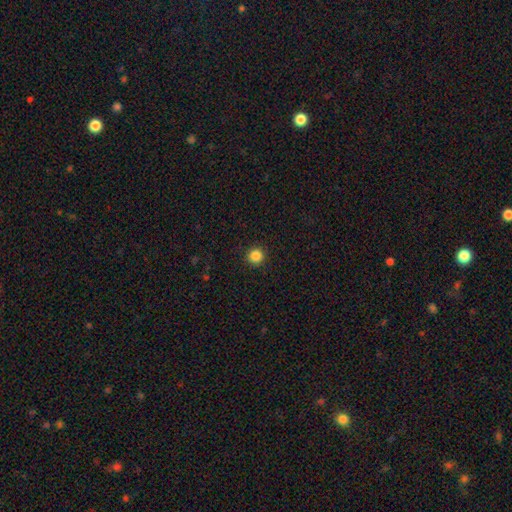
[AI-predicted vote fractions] Smooth or featured? Predicted: smooth (p=0.85). How rounded? Predicted: round (p=0.94). Merging? Predicted: none (p=0.92).